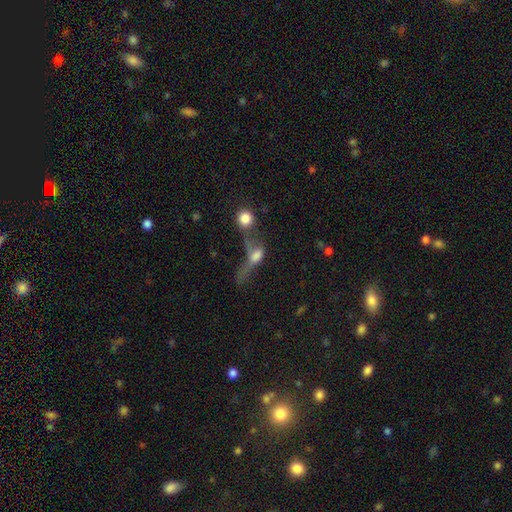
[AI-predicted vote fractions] Morphology: type=smooth (55%); roundness=in between (55%); merging=merger (44%).